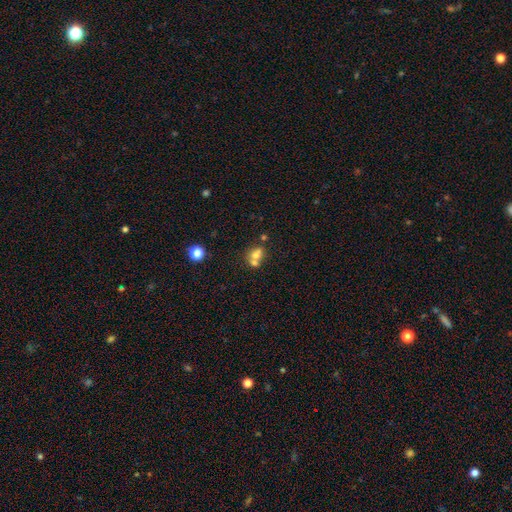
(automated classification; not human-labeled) The model was most divided on "how rounded": round: 60%, in between: 39%, cigar-shaped: 1%. More confident: smooth or featured — smooth (66%); merging — merger (55%).